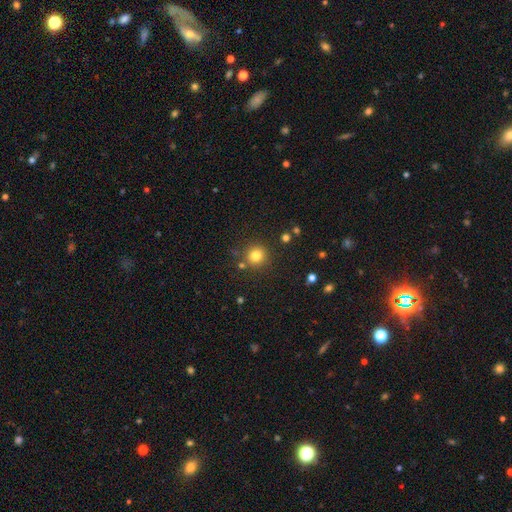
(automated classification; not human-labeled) Morphology: type=smooth (80%); roundness=round (93%); merging=none (82%).